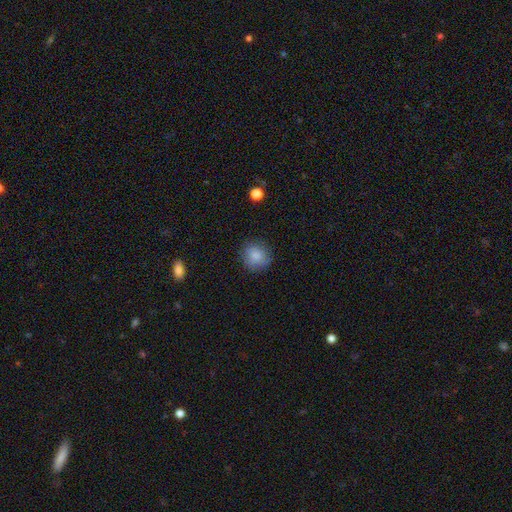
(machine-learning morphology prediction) This is clearly a smooth galaxy (85%). How rounded: clearly round (86%). Merging: clearly none (82%).